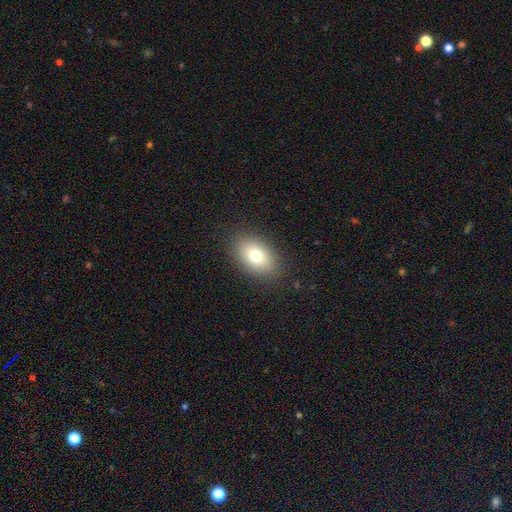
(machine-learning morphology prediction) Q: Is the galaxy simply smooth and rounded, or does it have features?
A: smooth — 76%.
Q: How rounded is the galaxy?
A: in between — 85%.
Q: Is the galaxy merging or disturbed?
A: none — 87%.